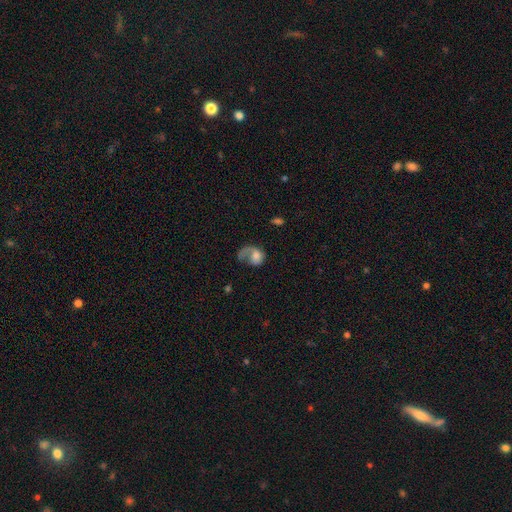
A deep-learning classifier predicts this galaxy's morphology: This appears to be a featured or disk galaxy (51%). Merging: major disturbance (52%).